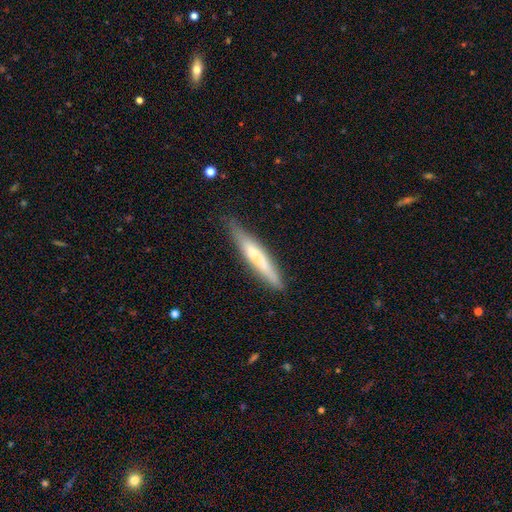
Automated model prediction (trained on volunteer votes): Smooth or featured: smooth — 57% (featured or disk — 37%)
How rounded: cigar-shaped — 92% (in between — 6%)
Merging: none — 79% (minor disturbance — 17%)